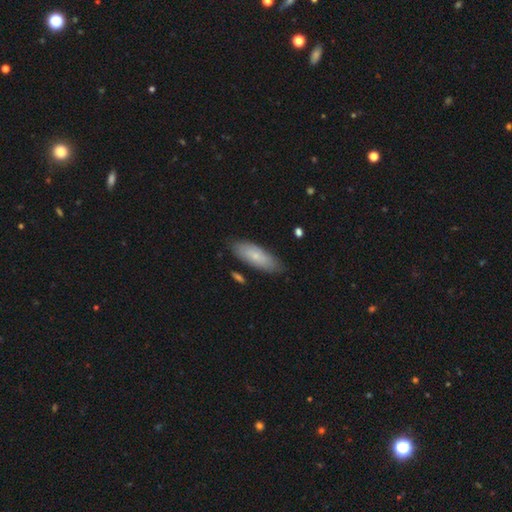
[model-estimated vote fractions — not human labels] Smooth or featured: smooth — 70% (featured or disk — 24%)
How rounded: in between — 65% (cigar-shaped — 33%)
Merging: none — 82% (minor disturbance — 14%)